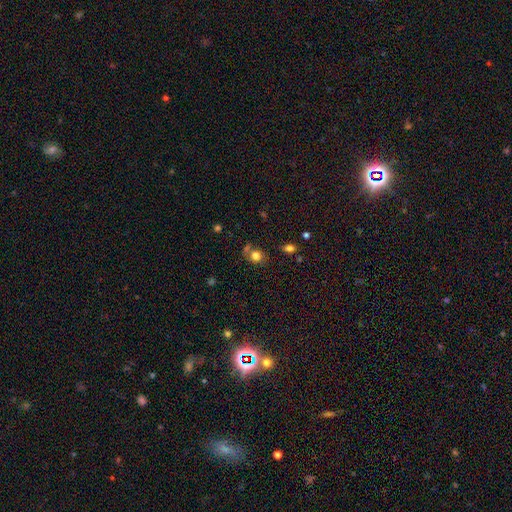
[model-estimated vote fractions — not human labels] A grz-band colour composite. It shows a smooth galaxy with no disk features (79%) that is round (70%). Merging: none (60%).